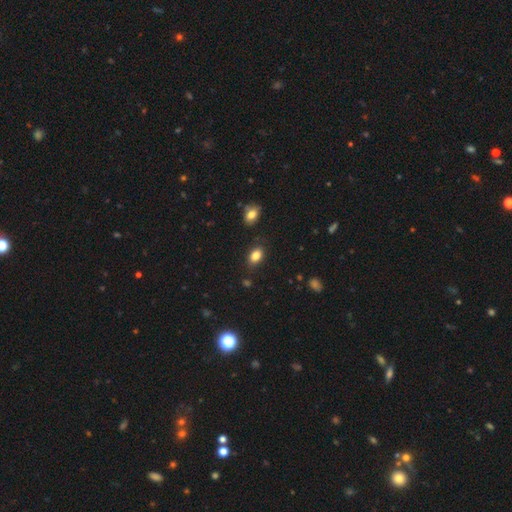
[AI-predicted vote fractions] This appears to be a smooth galaxy with no disk features (84%) that is in between round and cigar-shaped (85%). Merging: none (83%).